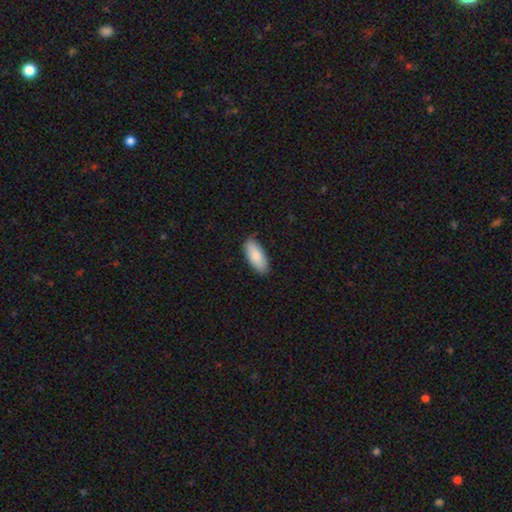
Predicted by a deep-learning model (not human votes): A smooth galaxy with no disk features (86%) that is in between round and cigar-shaped (87%). Merging: none (85%).